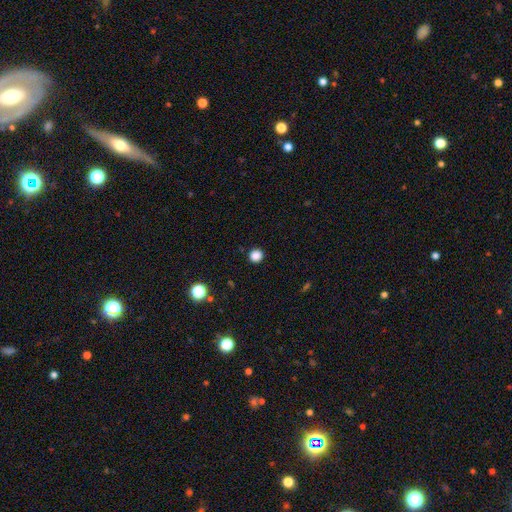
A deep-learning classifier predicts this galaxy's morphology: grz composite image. It shows a smooth galaxy with no disk features (85%) that is round (92%). Merging: none (92%).